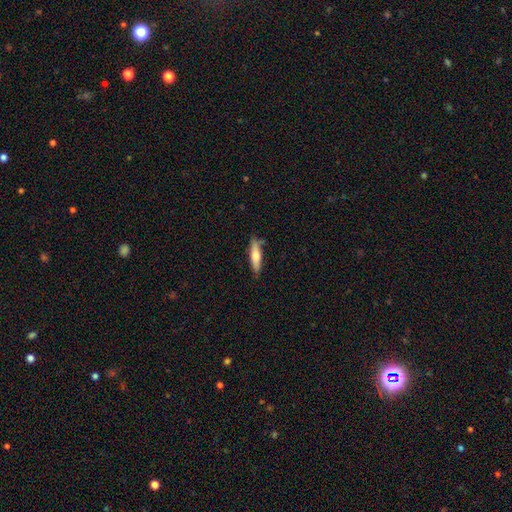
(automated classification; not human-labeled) Smooth or featured? smooth (64%)
How rounded? cigar-shaped (74%)
Merging? none (79%)